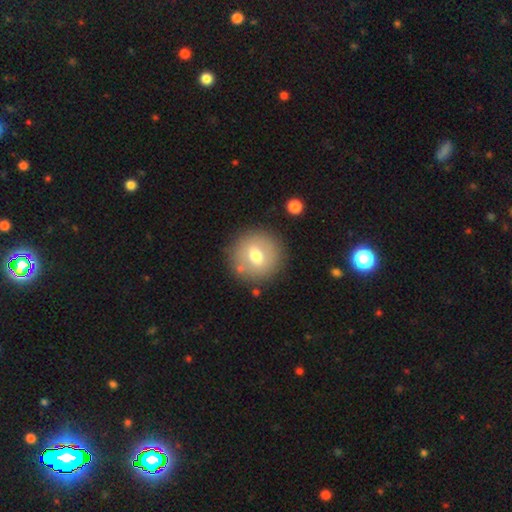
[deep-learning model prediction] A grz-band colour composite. It shows a smooth galaxy with no disk features (64%) that is round (91%). Merging: none (84%).